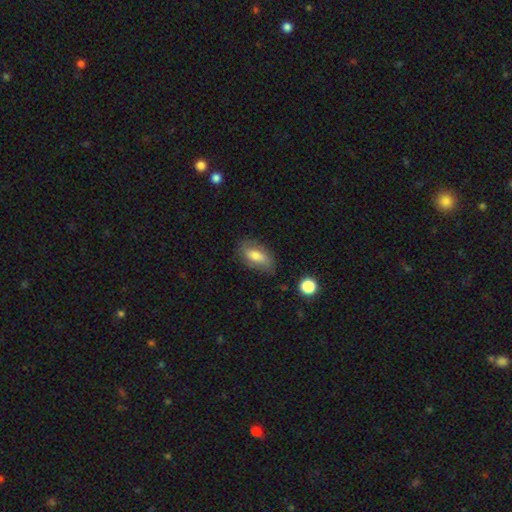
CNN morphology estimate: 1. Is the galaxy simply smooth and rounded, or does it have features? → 66% smooth, 26% featured or disk, 8% star or artifact.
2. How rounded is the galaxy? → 86% in between, 9% cigar-shaped, 5% round.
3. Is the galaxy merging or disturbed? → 71% none, 21% minor disturbance, 6% major disturbance, 2% merger.